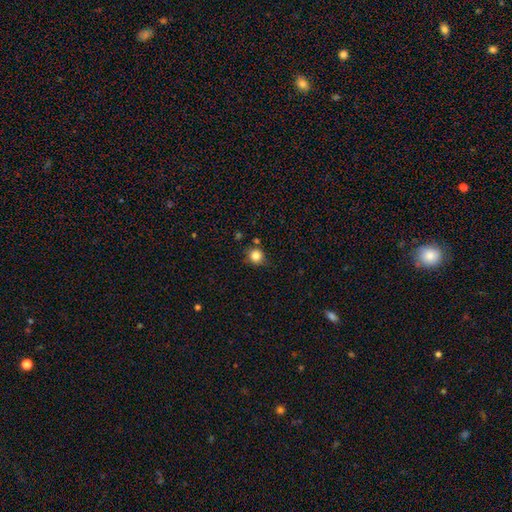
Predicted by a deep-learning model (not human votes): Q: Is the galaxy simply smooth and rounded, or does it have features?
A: smooth — 84%.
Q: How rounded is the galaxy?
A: round — 90%.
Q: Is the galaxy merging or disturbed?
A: none — 77%.